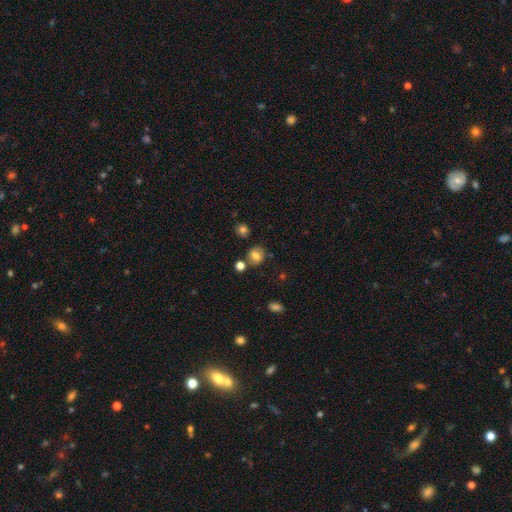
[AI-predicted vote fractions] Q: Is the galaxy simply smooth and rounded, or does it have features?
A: smooth — 76%.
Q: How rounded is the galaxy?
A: round — 65%.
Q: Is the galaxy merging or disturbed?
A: none — 74%.